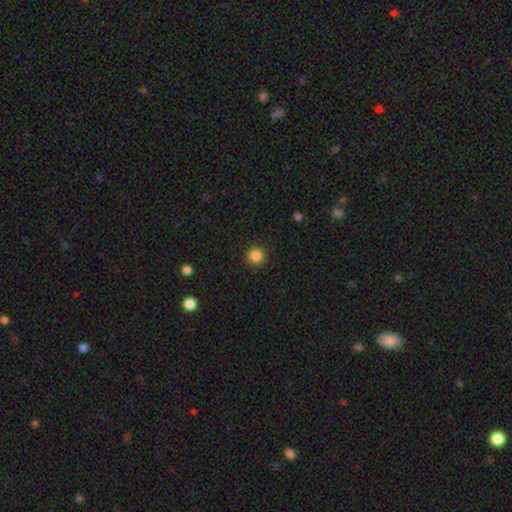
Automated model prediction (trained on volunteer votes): Smooth or featured? smooth (85%)
How rounded? round (95%)
Merging? none (92%)